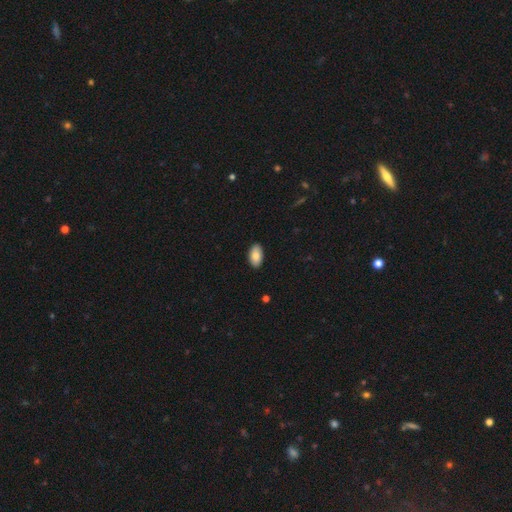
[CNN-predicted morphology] smooth 84%, featured or disk 10%, star or artifact 6%. Down the decision tree: how rounded — in between (95%); merging — none (89%).